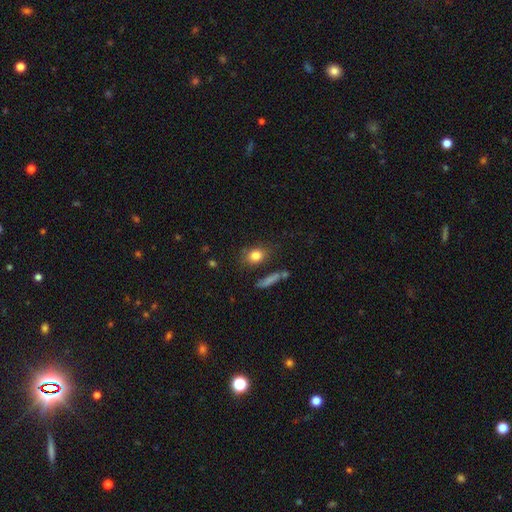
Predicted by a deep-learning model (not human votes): Smooth or featured? Predicted: smooth (p=0.82). How rounded? Predicted: in between (p=0.53). Merging? Predicted: none (p=0.73).